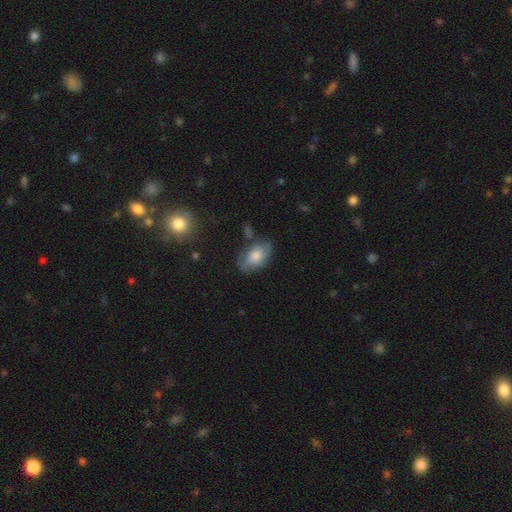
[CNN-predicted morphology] Q: Smooth or featured?
A: smooth (64%); runner-up: featured or disk (28%)
Q: How rounded?
A: in between (92%); runner-up: round (6%)
Q: Merging?
A: none (66%); runner-up: minor disturbance (23%)